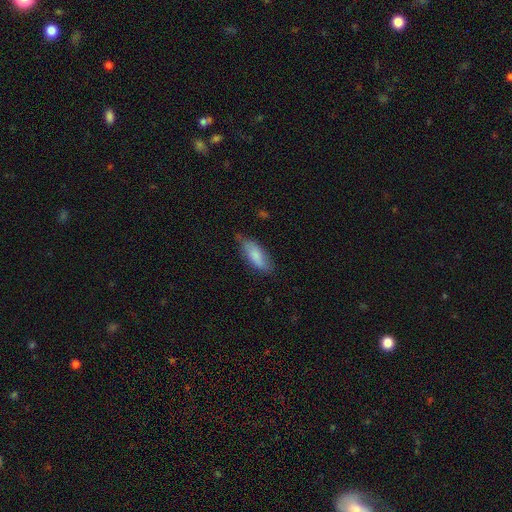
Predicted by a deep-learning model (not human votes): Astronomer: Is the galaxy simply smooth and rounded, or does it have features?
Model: smooth — 81%.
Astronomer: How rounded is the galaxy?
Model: in between — 73%.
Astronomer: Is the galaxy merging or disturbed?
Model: none — 66%.